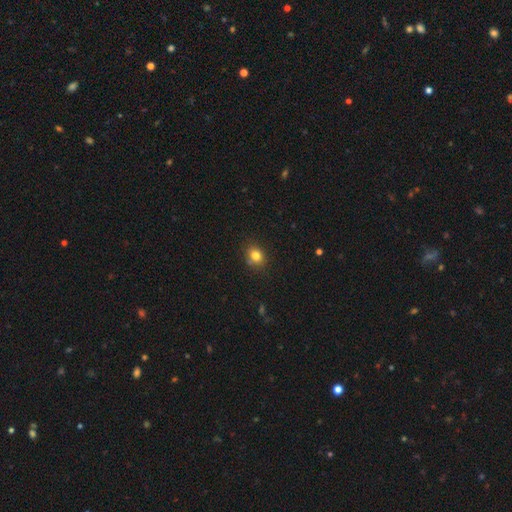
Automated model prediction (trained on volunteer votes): Q: Smooth or featured?
A: smooth (81%); runner-up: star or artifact (12%)
Q: How rounded?
A: round (56%); runner-up: in between (43%)
Q: Merging?
A: none (79%); runner-up: minor disturbance (14%)